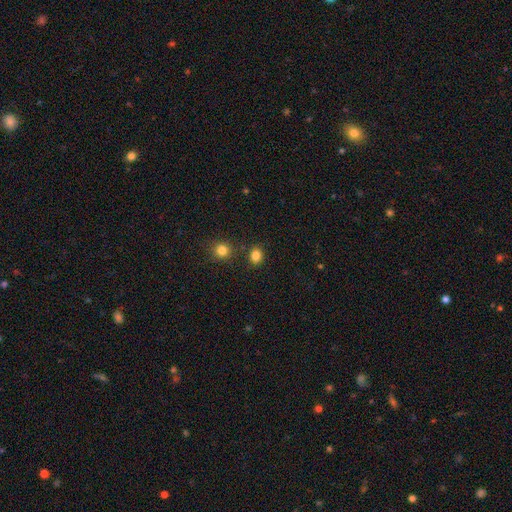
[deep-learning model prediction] Smooth or featured?
  - smooth: 84% *
  - star or artifact: 12%
  - featured or disk: 4%
How rounded?
  - round: 62% *
  - in between: 38%
  - cigar-shaped: 1%
Merging?
  - none: 84% *
  - minor disturbance: 8%
  - merger: 6%
  - major disturbance: 2%